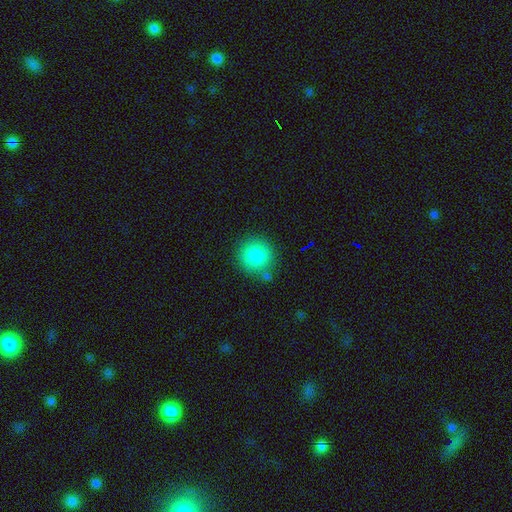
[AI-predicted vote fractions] A smooth galaxy with no disk features (85%) that is round (92%). Merging: none (80%).